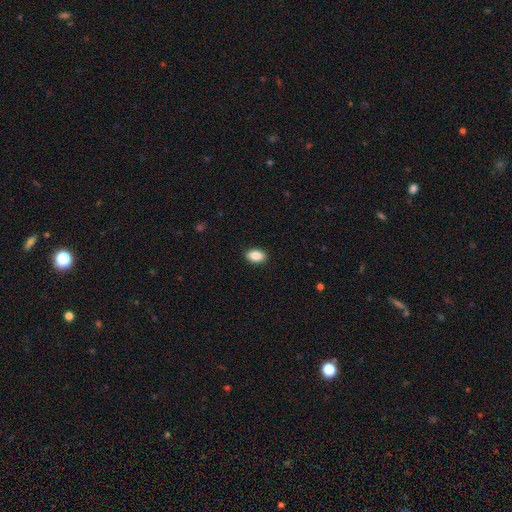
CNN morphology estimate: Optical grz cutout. It shows a smooth galaxy with no disk features (87%) that is in between round and cigar-shaped (88%). Merging: none (91%).